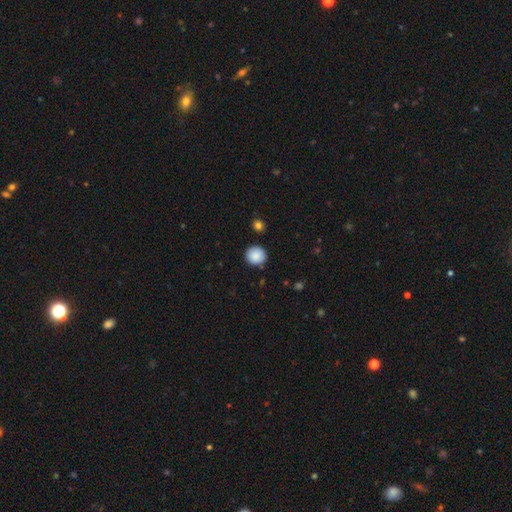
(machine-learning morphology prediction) smooth-or-featured: smooth: 88% | star or artifact: 8% | featured or disk: 4%
  how-rounded: round: 92% | in between: 7% | cigar-shaped: 1%
  merging: none: 87% | minor disturbance: 8% | merger: 2% | major disturbance: 2%